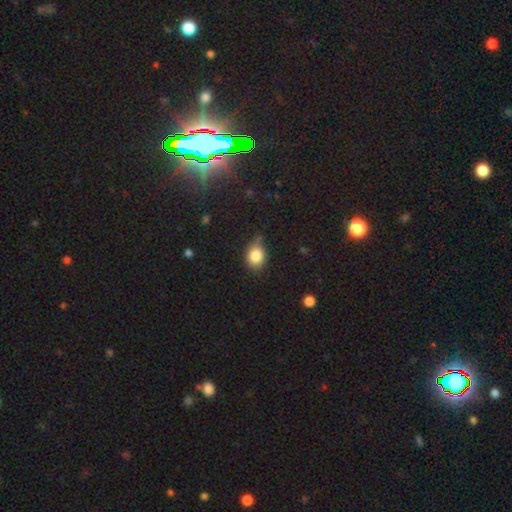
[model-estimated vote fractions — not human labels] This appears to be a smooth galaxy with no disk features (83%) that is round (52%). Merging: none (61%).